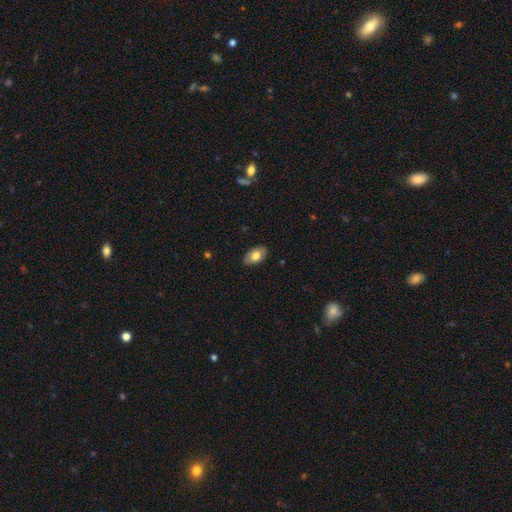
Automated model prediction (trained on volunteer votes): smooth_or_featured: smooth (p=0.73) [alt: featured or disk p=0.21]
how_rounded: in between (p=0.93) [alt: round p=0.06]
merging: none (p=0.86) [alt: minor disturbance p=0.11]